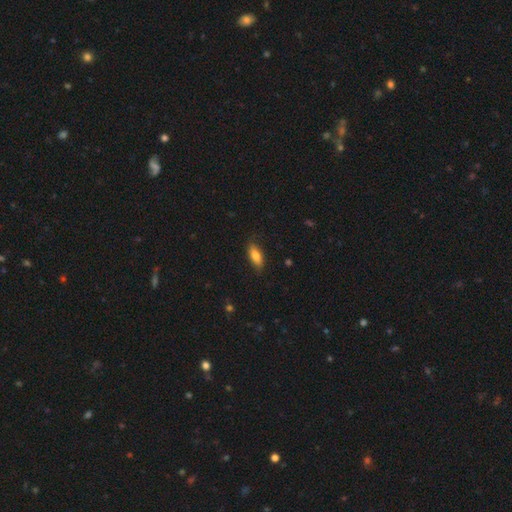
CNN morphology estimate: The model was most divided on "how rounded": in between: 79%, cigar-shaped: 19%, round: 3%. More confident: merging — none (82%); smooth or featured — smooth (80%).